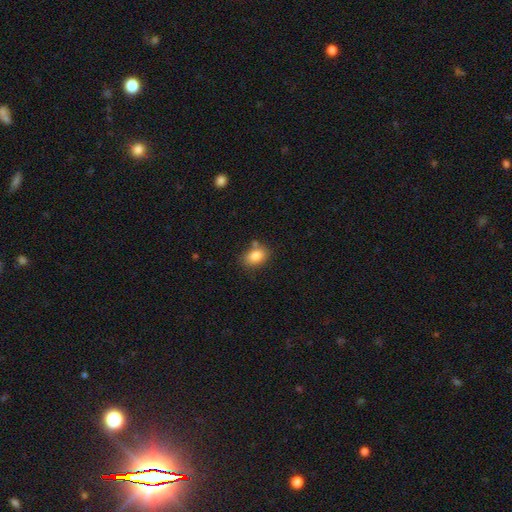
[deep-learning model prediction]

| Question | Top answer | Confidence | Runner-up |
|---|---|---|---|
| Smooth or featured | smooth | 84% | star or artifact (9%) |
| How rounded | in between | 78% | round (20%) |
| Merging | none | 69% | minor disturbance (16%) |